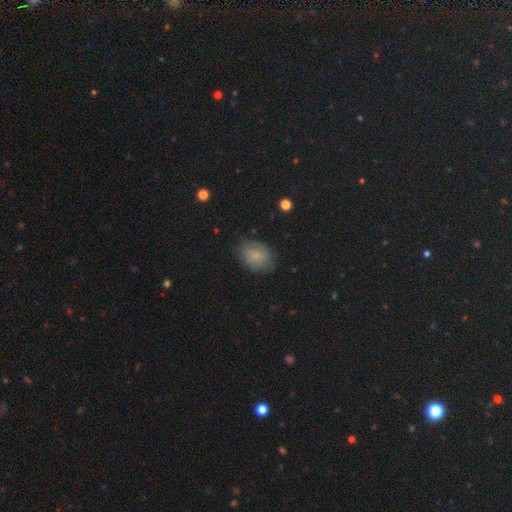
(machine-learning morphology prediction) smooth_or_featured: smooth (p=0.78) [alt: featured or disk p=0.13]
how_rounded: in between (p=0.64) [alt: round p=0.35]
merging: none (p=0.72) [alt: minor disturbance p=0.21]